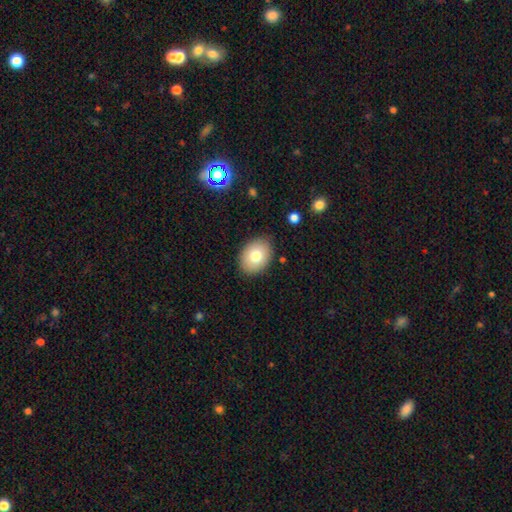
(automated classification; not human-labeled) A smooth galaxy with no disk features (77%) that is in between round and cigar-shaped (72%). Merging: none (86%).